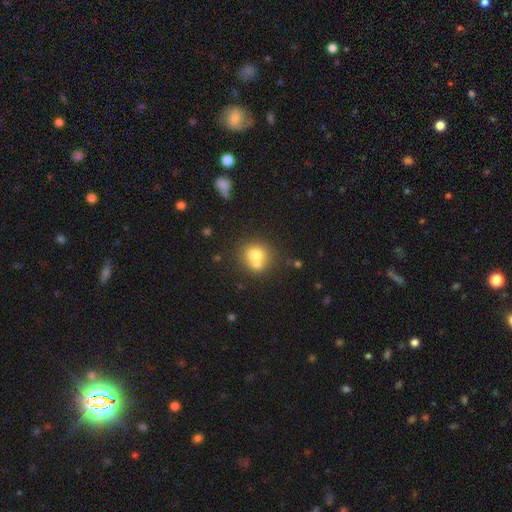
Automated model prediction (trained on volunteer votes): Smooth or featured? smooth (71%)
How rounded? round (79%)
Merging? merger (45%)